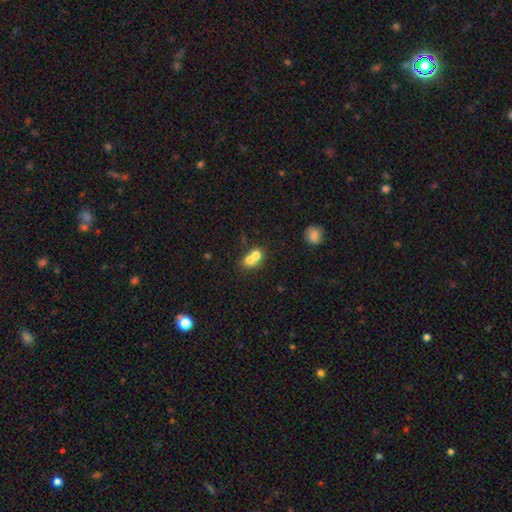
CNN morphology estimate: Smooth or featured? smooth (69%)
How rounded? round (62%)
Merging? merger (70%)